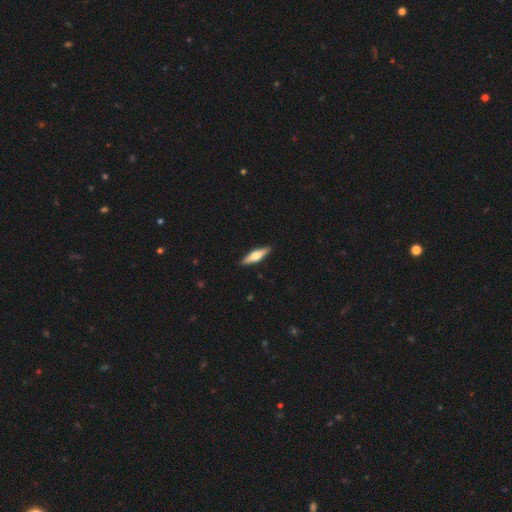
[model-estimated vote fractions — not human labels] smooth_or_featured: featured or disk (p=0.48) [alt: smooth p=0.46]
merging: none (p=0.90) [alt: minor disturbance p=0.07]